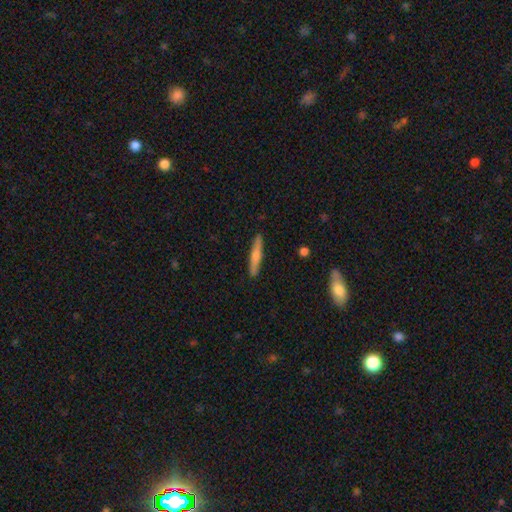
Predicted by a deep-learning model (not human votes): Smooth or featured? Predicted: smooth (p=0.56). How rounded? Predicted: cigar-shaped (p=0.92). Merging? Predicted: none (p=0.90).